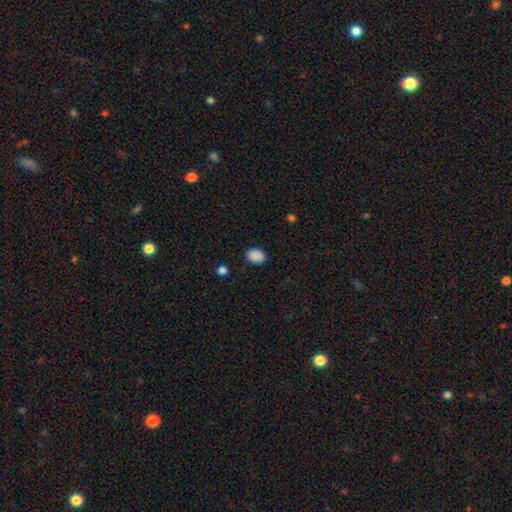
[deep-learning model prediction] smooth-or-featured: smooth: 89% | star or artifact: 8% | featured or disk: 3%
  how-rounded: in between: 74% | round: 25% | cigar-shaped: 1%
  merging: none: 86% | minor disturbance: 10% | major disturbance: 2% | merger: 1%